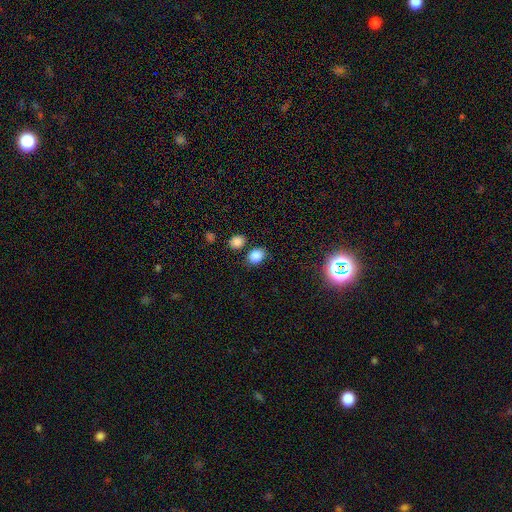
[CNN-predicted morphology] smooth_or_featured: smooth (p=0.84) [alt: star or artifact p=0.11]
how_rounded: in between (p=0.52) [alt: round p=0.47]
merging: none (p=0.74) [alt: minor disturbance p=0.13]